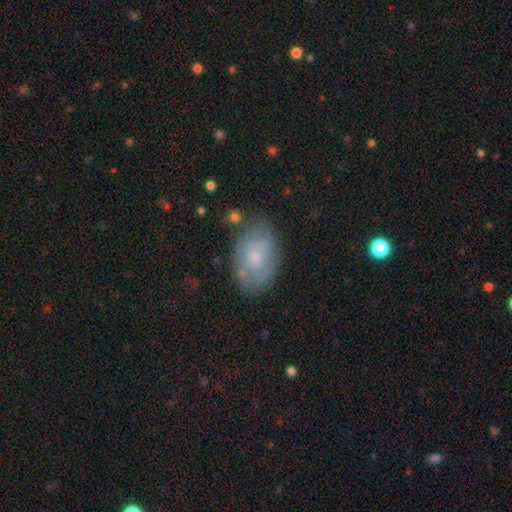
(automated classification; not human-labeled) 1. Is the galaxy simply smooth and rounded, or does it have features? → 47% smooth, 44% featured or disk, 8% star or artifact.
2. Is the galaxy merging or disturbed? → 70% none, 20% minor disturbance, 6% major disturbance, 3% merger.